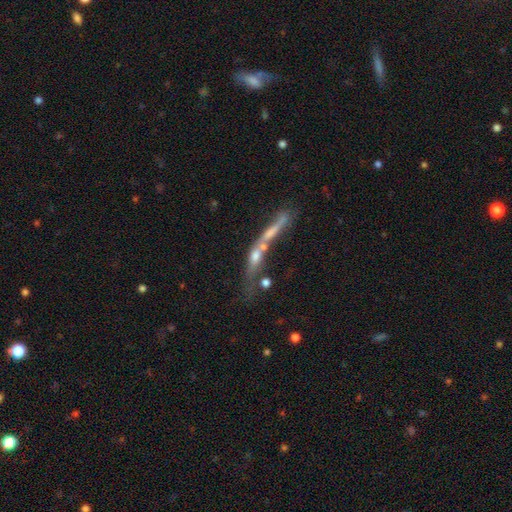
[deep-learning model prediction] Smooth or featured? Predicted: featured or disk (p=0.55). Edge-on disk? Predicted: yes (p=0.63). Merging? Predicted: merger (p=0.44).